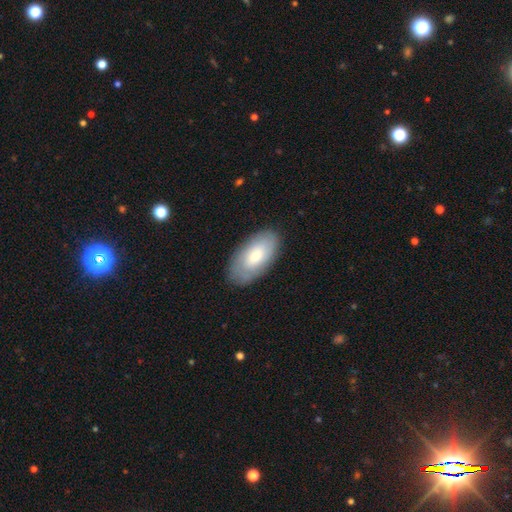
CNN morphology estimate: Smooth or featured? Predicted: smooth (p=0.68). How rounded? Predicted: in between (p=0.93). Merging? Predicted: none (p=0.83).